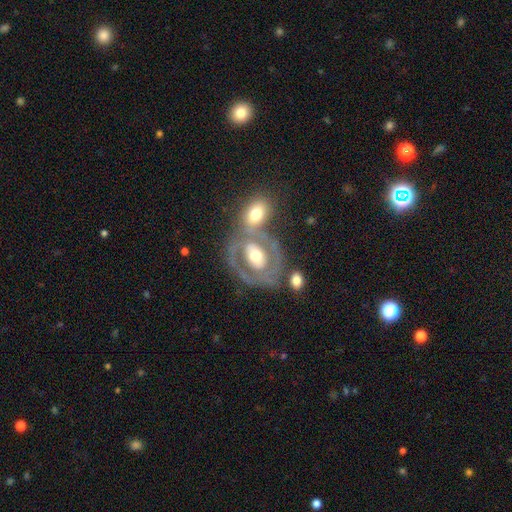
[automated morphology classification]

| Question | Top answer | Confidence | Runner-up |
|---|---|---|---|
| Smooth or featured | featured or disk | 65% | smooth (28%) |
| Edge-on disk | no | 95% | yes (5%) |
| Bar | no | 62% | weak (23%) |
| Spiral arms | no | 65% | yes (35%) |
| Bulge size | moderate | 66% | large (20%) |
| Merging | none | 45% | merger (30%) |